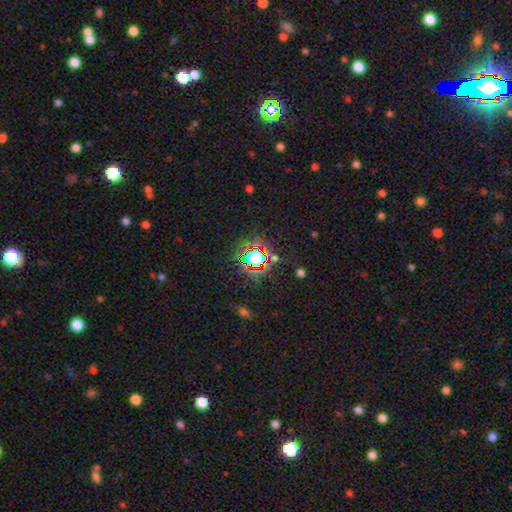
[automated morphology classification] smooth_or_featured: star or artifact (p=0.68) [alt: smooth p=0.21]